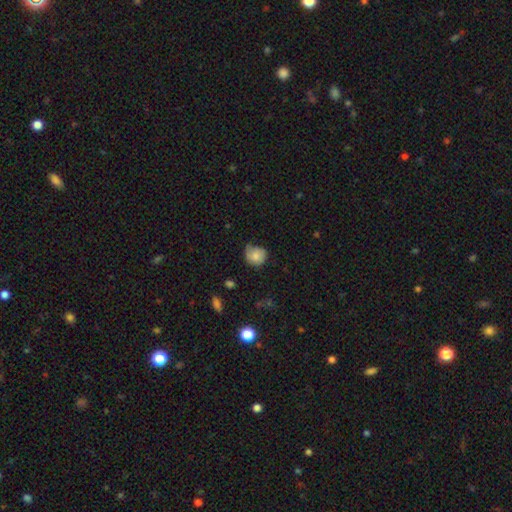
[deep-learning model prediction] A smooth galaxy with no disk features (75%) that is round (78%).

Vote fractions:
- Smooth or featured? smooth: 75% / featured or disk: 17% / star or artifact: 8%
- How rounded? round: 78% / in between: 21% / cigar-shaped: 1%
- Merging? none: 47% / minor disturbance: 39% / major disturbance: 12% / merger: 2%